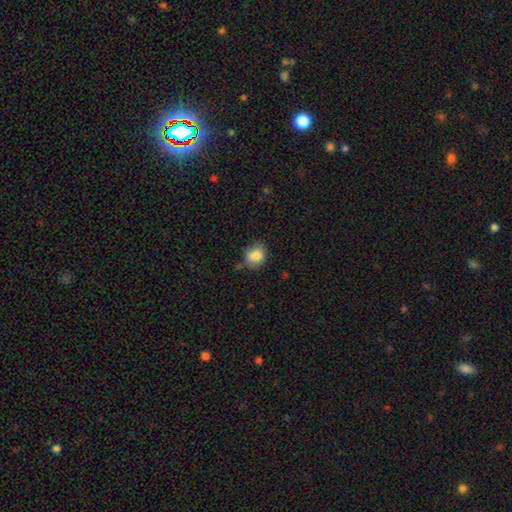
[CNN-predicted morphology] Smooth or featured: smooth — 83% (star or artifact — 9%)
How rounded: round — 62% (in between — 37%)
Merging: none — 71% (minor disturbance — 21%)